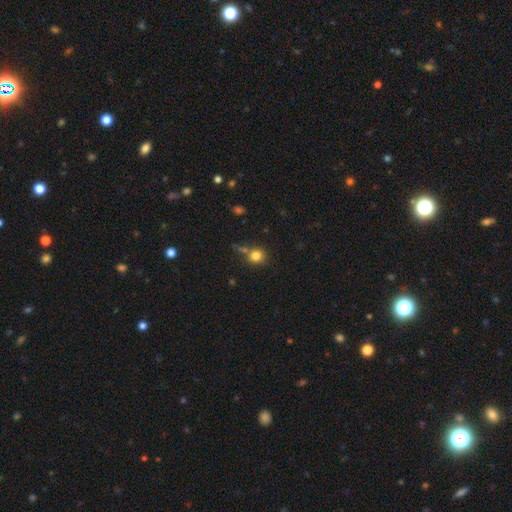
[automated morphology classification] The model was most divided on "merging": none: 67%, merger: 15%, minor disturbance: 13%, major disturbance: 5%. More confident: how rounded — round (88%); smooth or featured — smooth (80%).